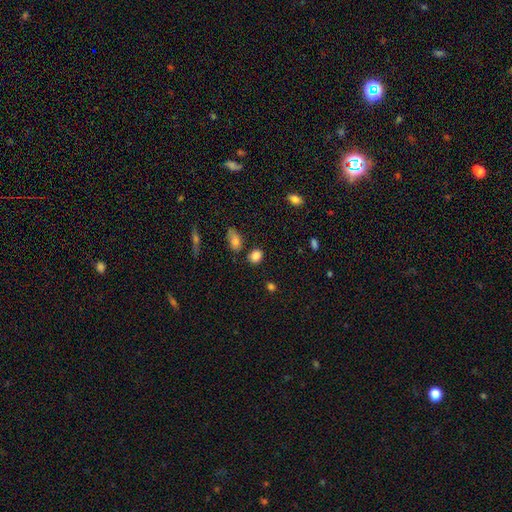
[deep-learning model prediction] Smooth or featured?
  - smooth: 85% *
  - star or artifact: 10%
  - featured or disk: 5%
How rounded?
  - round: 53% *
  - in between: 45%
  - cigar-shaped: 2%
Merging?
  - none: 79% *
  - minor disturbance: 12%
  - merger: 7%
  - major disturbance: 3%